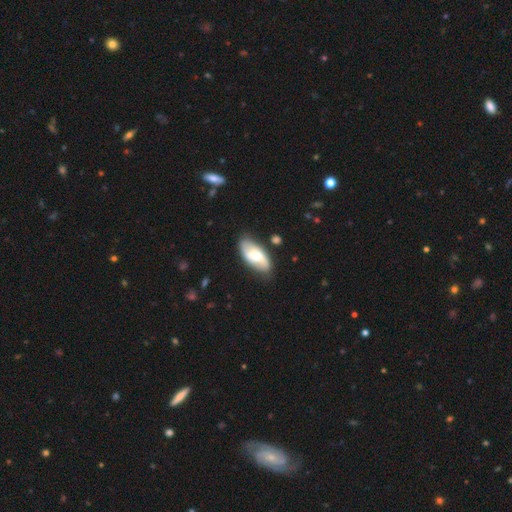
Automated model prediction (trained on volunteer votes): A featured or disk galaxy (50%).

Vote fractions:
- Smooth or featured? featured or disk: 50% / smooth: 44% / star or artifact: 6%
- Edge-on disk? no: 90% / yes: 10%
- Merging? none: 73% / minor disturbance: 19% / major disturbance: 5% / merger: 3%